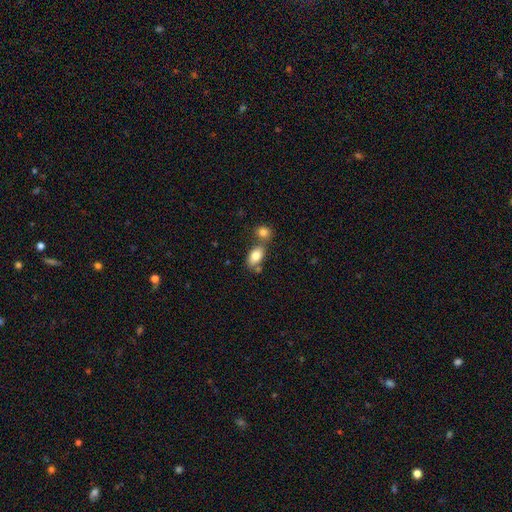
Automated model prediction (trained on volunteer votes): smooth 80%, featured or disk 12%, star or artifact 7%. Down the decision tree: how rounded — in between (89%); merging — none (51%).